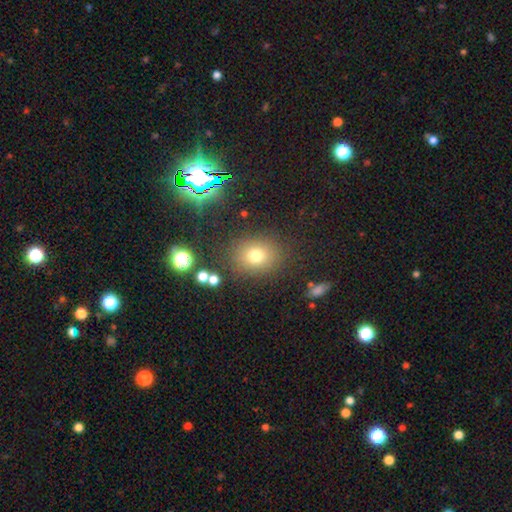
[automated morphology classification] Overall: smooth (74%). How rounded: round (63%; in between 35%). Merging: none (83%).